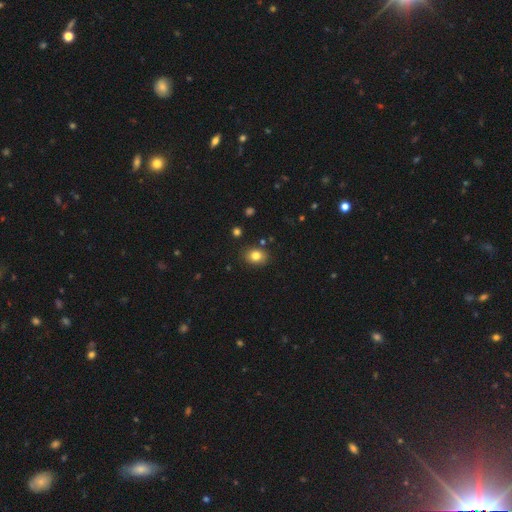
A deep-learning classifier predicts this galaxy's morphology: Smooth or featured? Predicted: smooth (p=0.81). How rounded? Predicted: in between (p=0.57). Merging? Predicted: none (p=0.85).